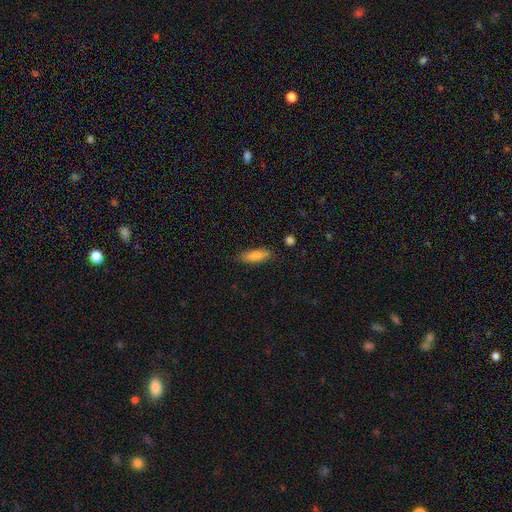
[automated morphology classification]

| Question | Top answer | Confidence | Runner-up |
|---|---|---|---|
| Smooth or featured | smooth | 84% | featured or disk (9%) |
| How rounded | in between | 54% | cigar-shaped (44%) |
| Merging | none | 81% | minor disturbance (14%) |